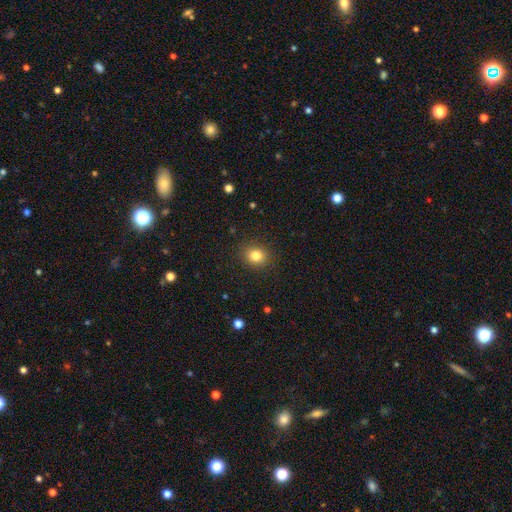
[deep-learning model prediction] This appears to be a smooth galaxy with no disk features (82%) that is round (72%). Merging: none (89%).